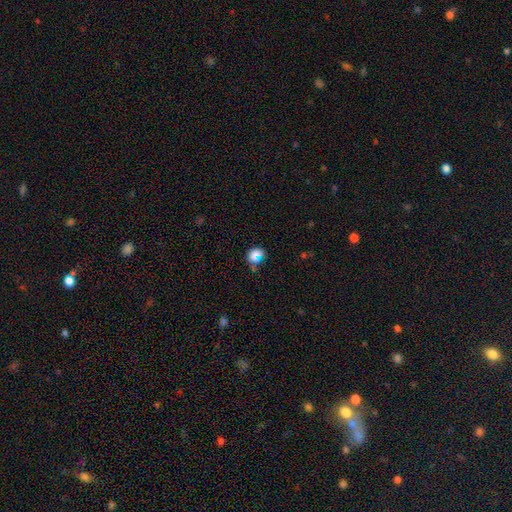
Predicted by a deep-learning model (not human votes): smooth_or_featured: smooth (p=0.71) [alt: star or artifact p=0.18]
how_rounded: round (p=0.62) [alt: in between p=0.37]
merging: none (p=0.53) [alt: minor disturbance p=0.20]